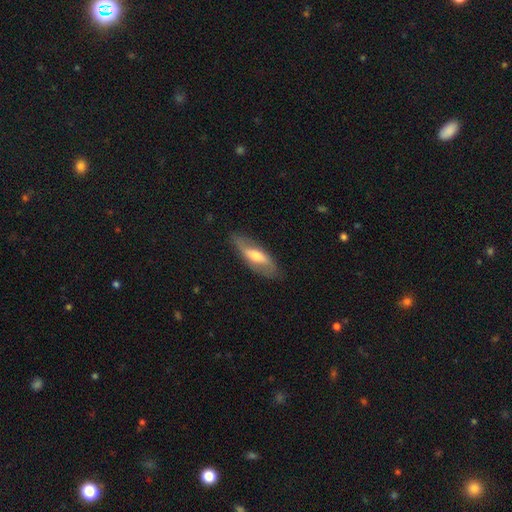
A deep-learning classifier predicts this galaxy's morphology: A featured or disk galaxy (54%). Merging: none (76%).